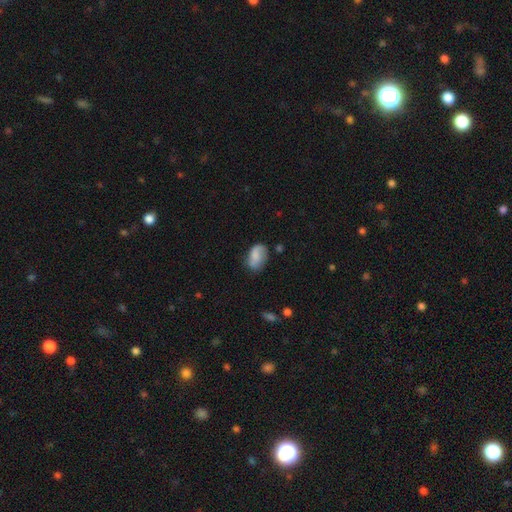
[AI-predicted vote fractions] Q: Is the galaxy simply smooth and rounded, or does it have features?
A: smooth — 66%.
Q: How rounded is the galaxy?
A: in between — 86%.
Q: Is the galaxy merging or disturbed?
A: none — 56%.